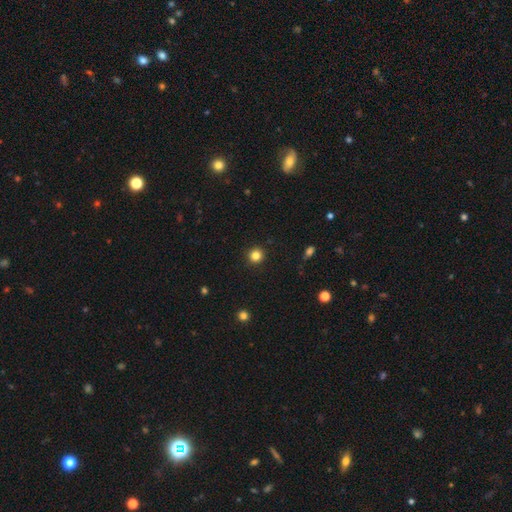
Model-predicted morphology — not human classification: A smooth galaxy with no disk features (83%) that is round (95%). Merging: none (92%).